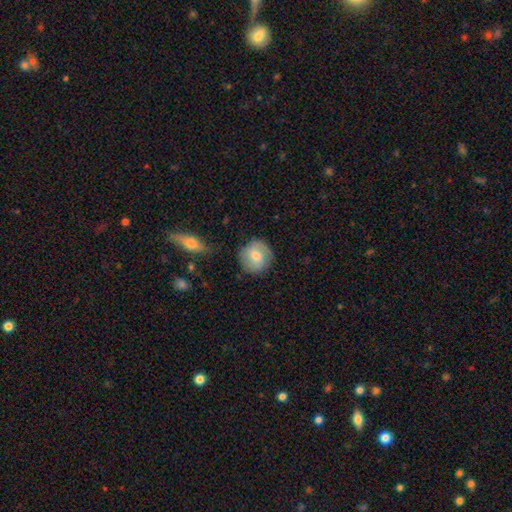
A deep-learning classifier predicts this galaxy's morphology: Smooth or featured?
  - smooth: 59% *
  - featured or disk: 34%
  - star or artifact: 7%
How rounded?
  - round: 90% *
  - in between: 9%
  - cigar-shaped: 1%
Merging?
  - none: 79% *
  - minor disturbance: 14%
  - major disturbance: 4%
  - merger: 2%